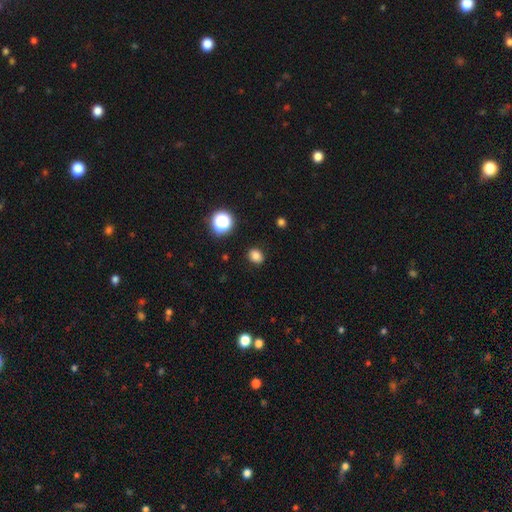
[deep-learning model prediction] Q: Smooth or featured?
A: smooth (81%); runner-up: star or artifact (14%)
Q: How rounded?
A: round (57%); runner-up: in between (42%)
Q: Merging?
A: none (88%); runner-up: minor disturbance (8%)